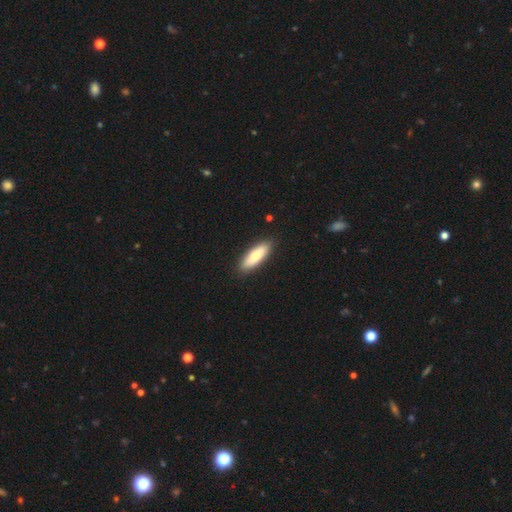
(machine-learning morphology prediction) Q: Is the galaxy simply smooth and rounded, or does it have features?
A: smooth — 78%.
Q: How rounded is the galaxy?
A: in between — 51%.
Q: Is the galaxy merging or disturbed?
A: none — 89%.